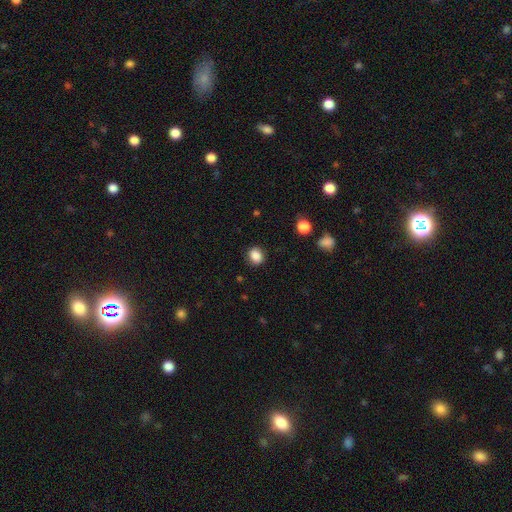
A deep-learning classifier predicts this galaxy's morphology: smooth 87%, star or artifact 9%, featured or disk 4%. Down the decision tree: how rounded — round (58%); merging — none (86%).